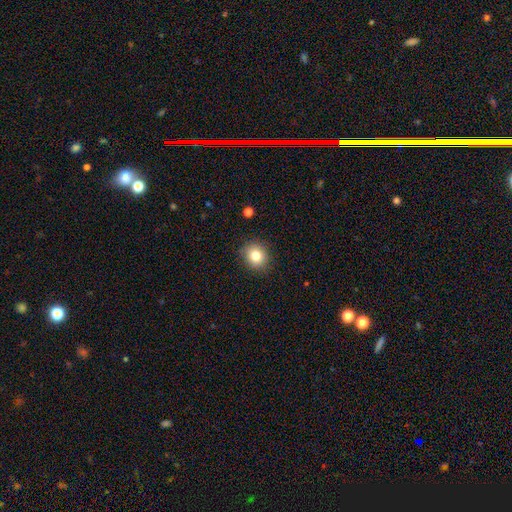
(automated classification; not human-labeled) Smooth or featured: smooth — 81% (star or artifact — 11%)
How rounded: round — 81% (in between — 19%)
Merging: none — 88% (minor disturbance — 8%)